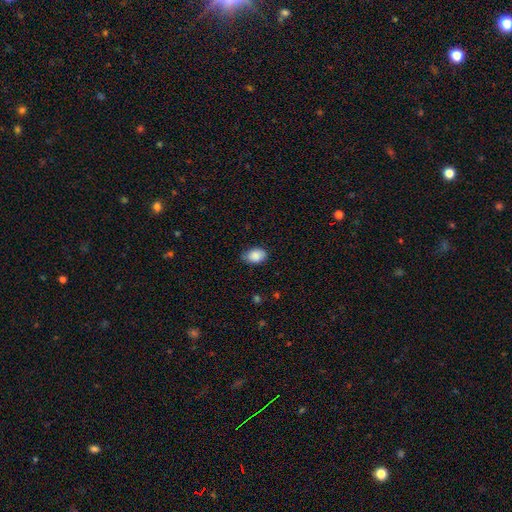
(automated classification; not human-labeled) Morphology: type=smooth (88%); roundness=in between (83%); merging=none (73%).